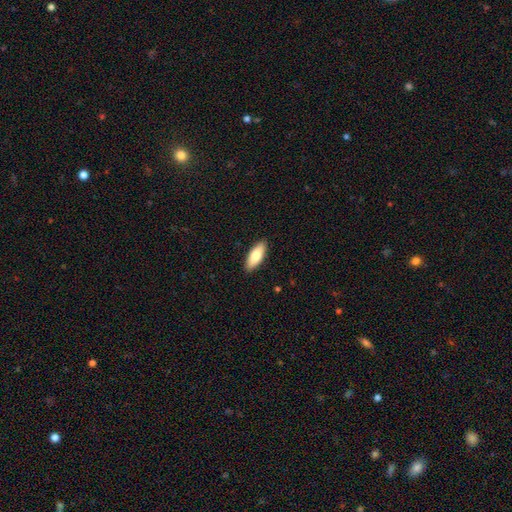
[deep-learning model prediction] Smooth or featured: smooth — 80% (featured or disk — 15%)
How rounded: in between — 75% (cigar-shaped — 23%)
Merging: none — 90% (minor disturbance — 8%)